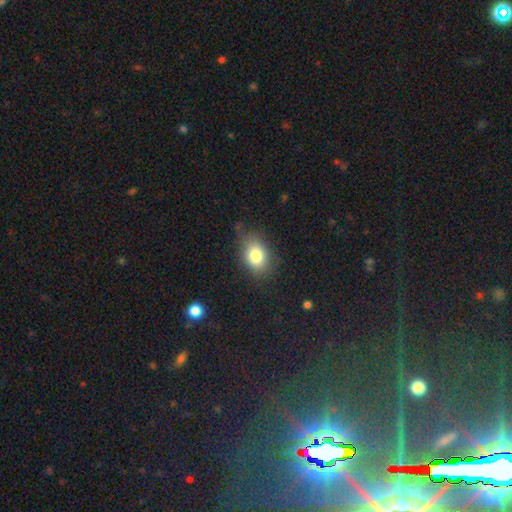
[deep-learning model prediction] This is clearly a smooth galaxy (80%). How rounded: likely in between (72%). Merging: likely none (71%).